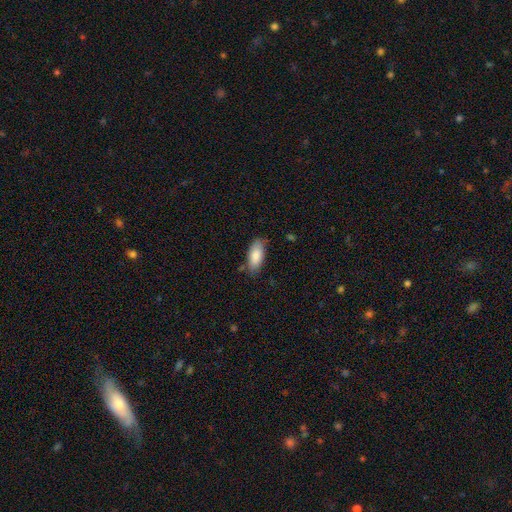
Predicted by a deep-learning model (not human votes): Morphology: type=smooth (85%); roundness=in between (85%); merging=none (75%).